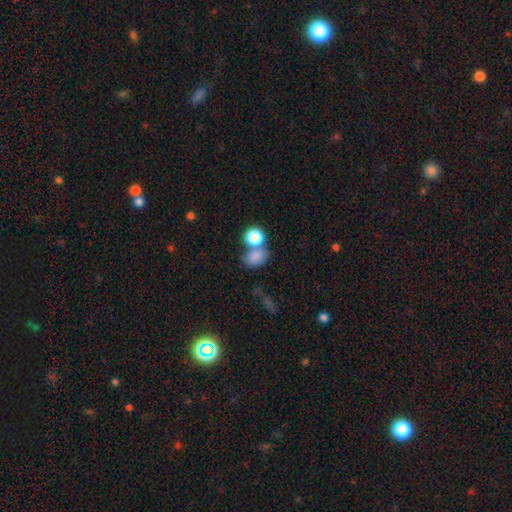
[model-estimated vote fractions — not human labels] Morphology: type=smooth (80%); roundness=in between (54%); merging=merger (43%).